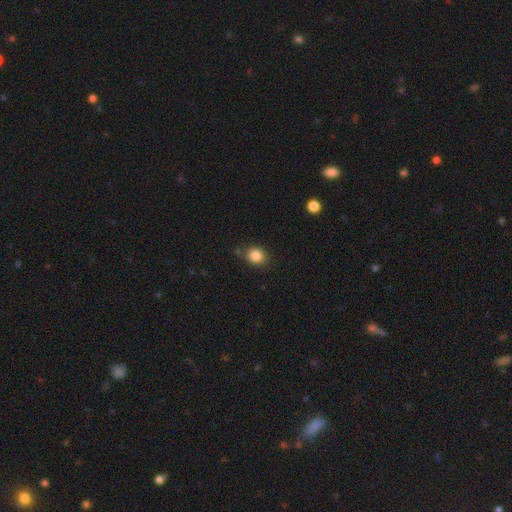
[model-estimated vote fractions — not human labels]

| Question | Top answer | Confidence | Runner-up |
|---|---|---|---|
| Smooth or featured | smooth | 85% | star or artifact (10%) |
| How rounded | round | 71% | in between (28%) |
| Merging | none | 80% | minor disturbance (13%) |